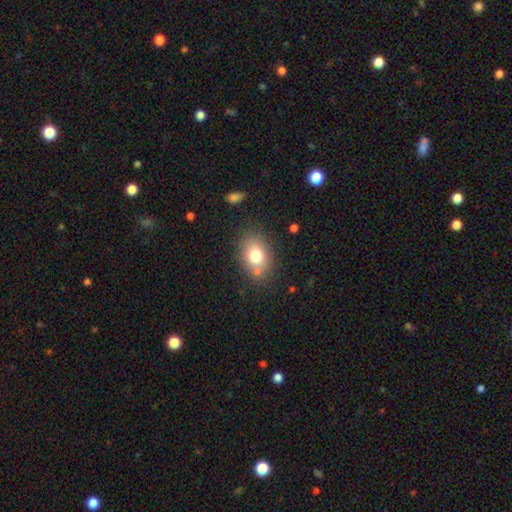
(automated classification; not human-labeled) Q: Smooth or featured?
A: smooth (76%); runner-up: featured or disk (14%)
Q: How rounded?
A: in between (69%); runner-up: round (29%)
Q: Merging?
A: none (73%); runner-up: minor disturbance (14%)